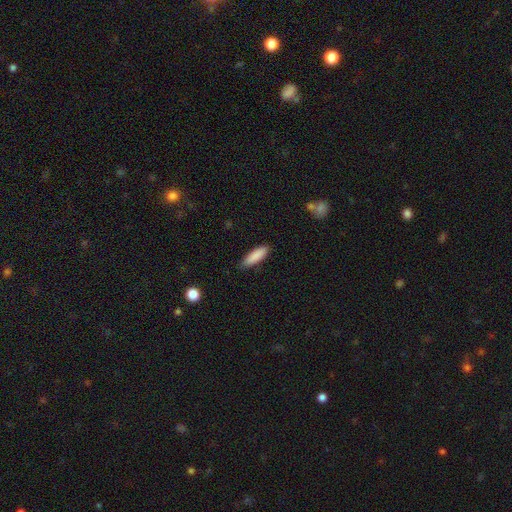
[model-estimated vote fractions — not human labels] Morphology: type=smooth (87%); roundness=cigar-shaped (54%); merging=none (85%).